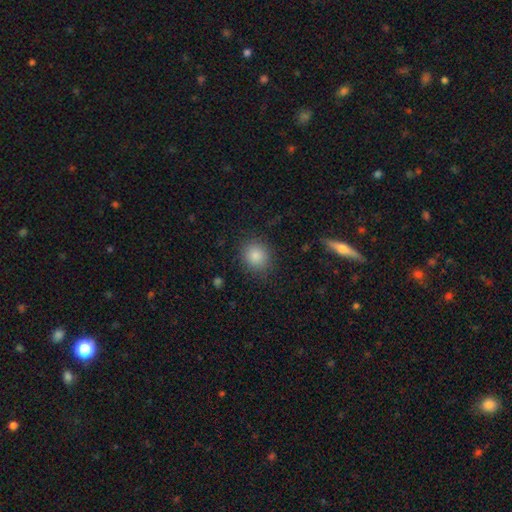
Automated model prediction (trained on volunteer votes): Morphology: type=smooth (85%); roundness=round (80%); merging=none (86%).